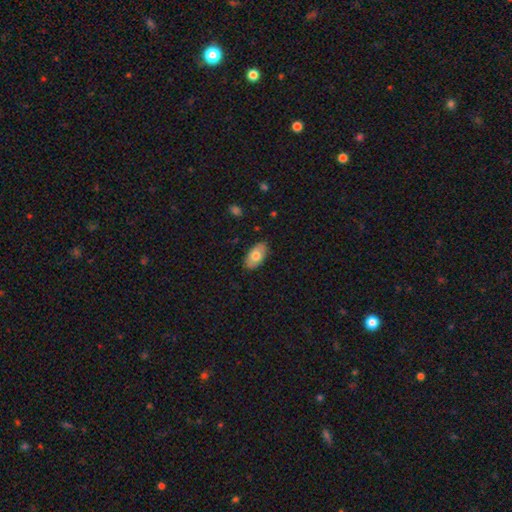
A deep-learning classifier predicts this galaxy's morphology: type=smooth (73%); roundness=in between (94%); merging=none (85%).